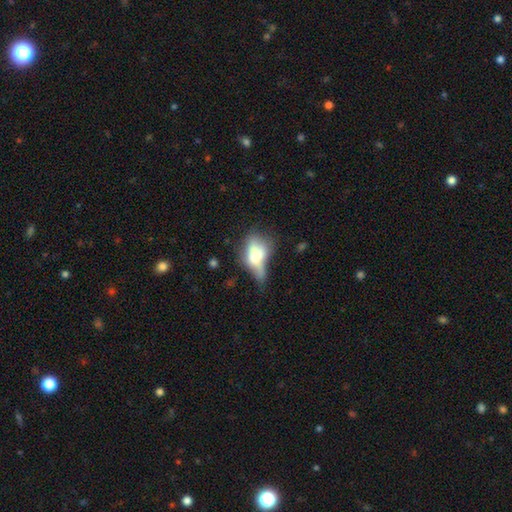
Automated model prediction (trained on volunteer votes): Overall: smooth (52%; featured or disk 38%). How rounded: in between (75%). Merging: major disturbance (30%; none 27%).